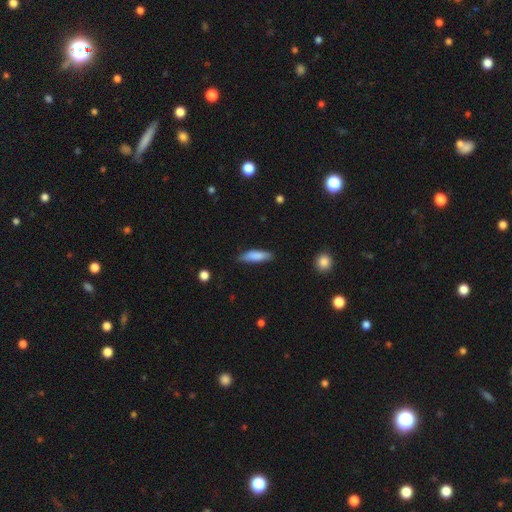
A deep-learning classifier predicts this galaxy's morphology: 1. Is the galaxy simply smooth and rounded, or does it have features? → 82% smooth, 11% featured or disk, 6% star or artifact.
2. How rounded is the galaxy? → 57% cigar-shaped, 42% in between, 2% round.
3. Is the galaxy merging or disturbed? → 76% none, 20% minor disturbance, 3% major disturbance, 1% merger.